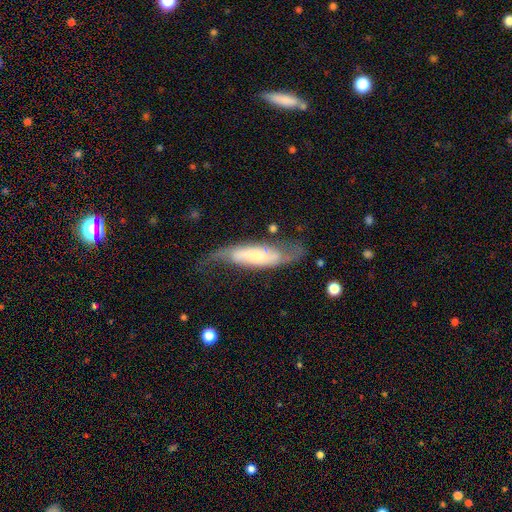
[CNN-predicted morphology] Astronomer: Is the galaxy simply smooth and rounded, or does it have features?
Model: featured or disk — 64%.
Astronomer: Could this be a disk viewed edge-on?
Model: no — 75%.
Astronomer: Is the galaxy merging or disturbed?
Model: none — 49% (runner-up: minor disturbance, 27%).